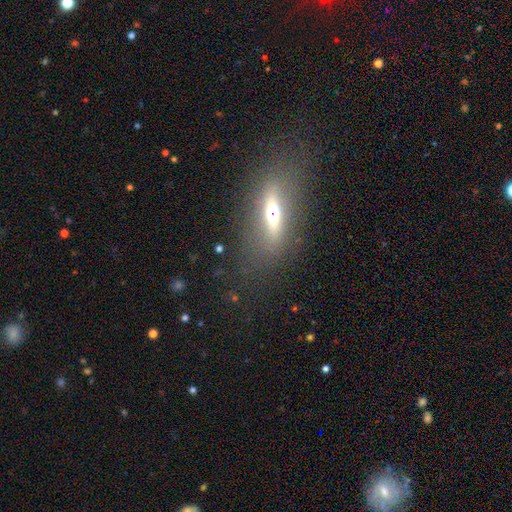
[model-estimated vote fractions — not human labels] Smooth or featured: featured or disk — 49% (smooth — 37%)
Merging: none — 71% (minor disturbance — 14%)